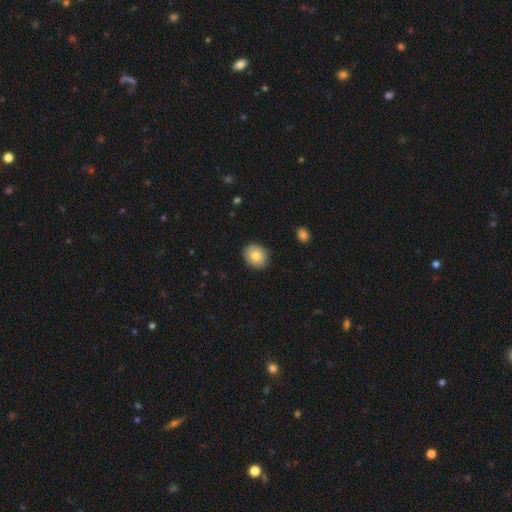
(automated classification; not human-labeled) Overall: smooth (80%). How rounded: round (57%; in between 42%). Merging: none (89%).